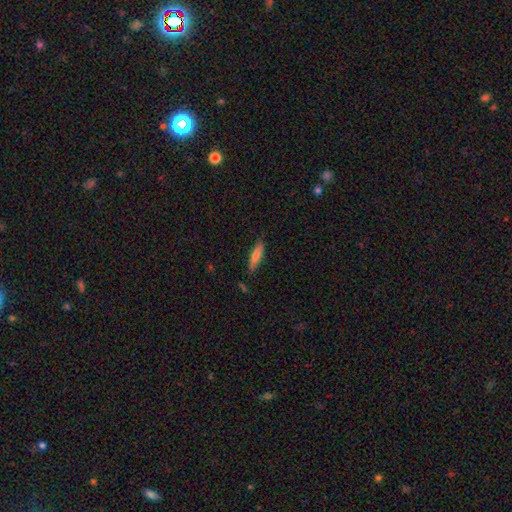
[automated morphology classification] Smooth or featured?
  - smooth: 69% *
  - featured or disk: 25%
  - star or artifact: 7%
How rounded?
  - cigar-shaped: 77% *
  - in between: 21%
  - round: 2%
Merging?
  - none: 80% *
  - minor disturbance: 15%
  - major disturbance: 3%
  - merger: 2%